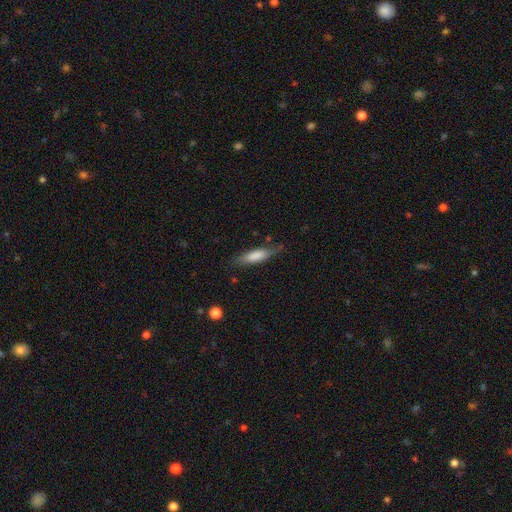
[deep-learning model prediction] Smooth or featured? Predicted: smooth (p=0.76). How rounded? Predicted: cigar-shaped (p=0.64). Merging? Predicted: none (p=0.71).